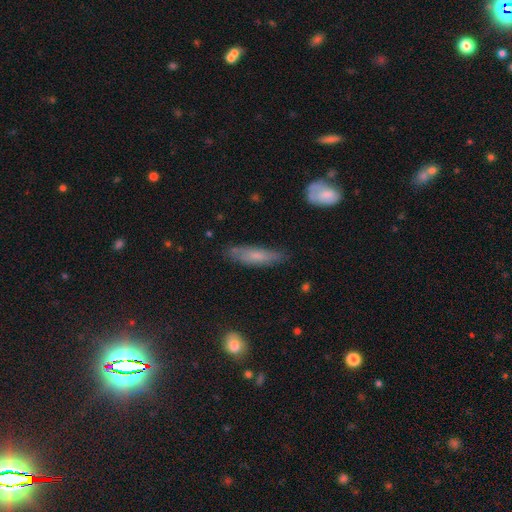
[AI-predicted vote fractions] Smooth or featured? Predicted: smooth (p=0.62). How rounded? Predicted: cigar-shaped (p=0.68). Merging? Predicted: none (p=0.73).